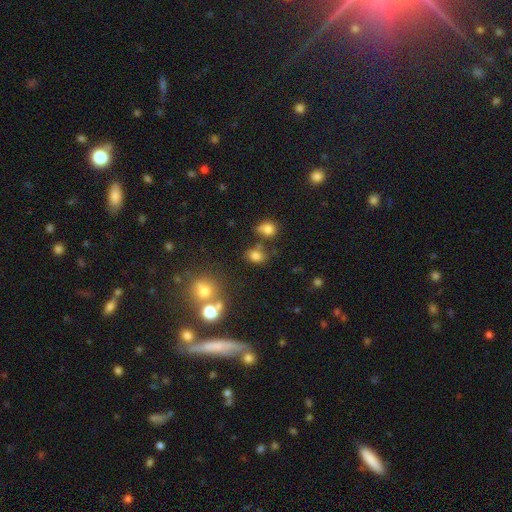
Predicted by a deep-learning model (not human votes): Smooth or featured? Predicted: smooth (p=0.76). How rounded? Predicted: in between (p=0.67). Merging? Predicted: none (p=0.66).